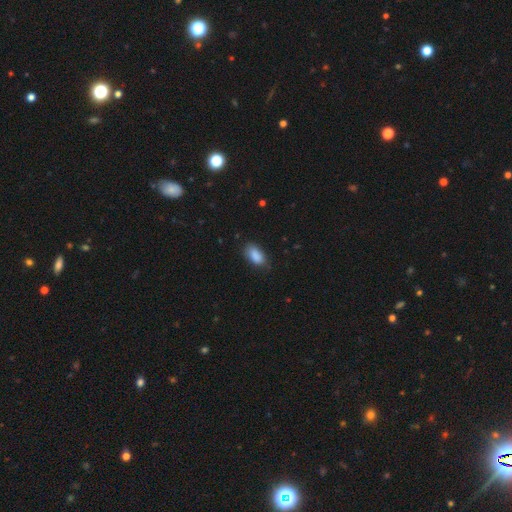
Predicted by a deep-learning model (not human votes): Smooth or featured: smooth — 88% (star or artifact — 7%)
How rounded: in between — 92% (round — 4%)
Merging: none — 73% (minor disturbance — 22%)